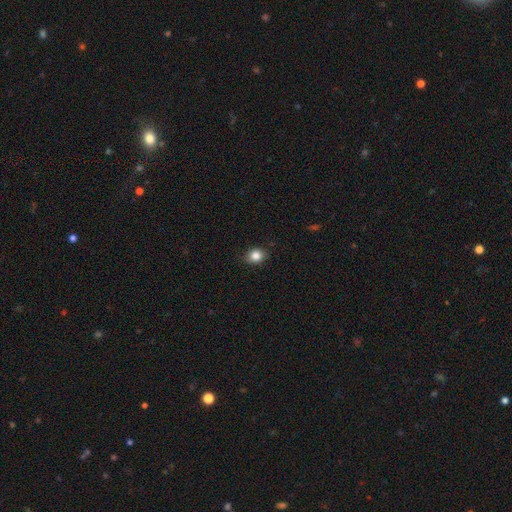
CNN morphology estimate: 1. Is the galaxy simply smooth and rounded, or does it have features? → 85% smooth, 10% star or artifact, 5% featured or disk.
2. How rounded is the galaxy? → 57% round, 42% in between, 1% cigar-shaped.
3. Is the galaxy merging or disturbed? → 86% none, 11% minor disturbance, 2% major disturbance, 1% merger.